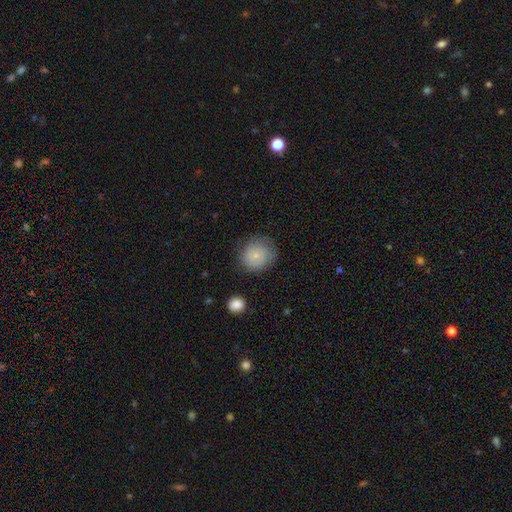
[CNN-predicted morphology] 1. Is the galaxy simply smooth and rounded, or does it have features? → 74% smooth, 18% featured or disk, 8% star or artifact.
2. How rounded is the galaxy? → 86% round, 13% in between, 1% cigar-shaped.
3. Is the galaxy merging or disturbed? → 74% none, 18% minor disturbance, 6% major disturbance, 2% merger.